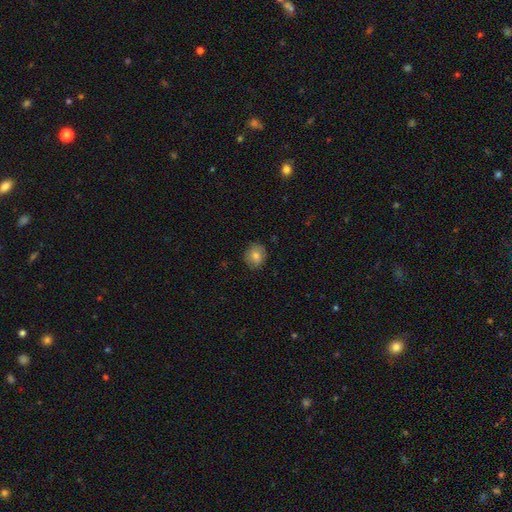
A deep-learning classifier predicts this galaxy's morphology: A smooth galaxy with no disk features (75%) that is round (80%).

Vote fractions:
- Smooth or featured? smooth: 75% / featured or disk: 16% / star or artifact: 9%
- How rounded? round: 80% / in between: 19% / cigar-shaped: 1%
- Merging? none: 83% / minor disturbance: 13% / major disturbance: 3% / merger: 1%